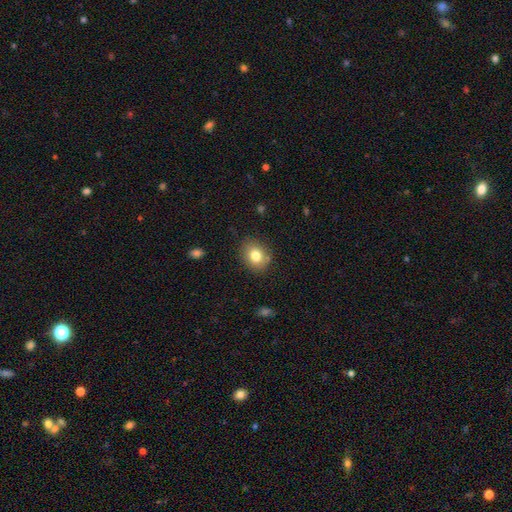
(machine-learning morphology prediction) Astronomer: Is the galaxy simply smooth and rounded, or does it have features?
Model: smooth — 79%.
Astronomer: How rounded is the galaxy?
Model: round — 55% (runner-up: in between, 44%).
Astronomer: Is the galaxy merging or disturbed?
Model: none — 82%.